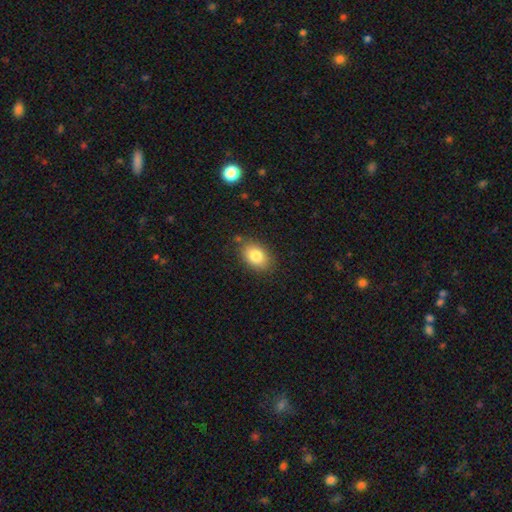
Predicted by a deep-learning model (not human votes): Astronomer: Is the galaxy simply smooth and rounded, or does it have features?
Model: smooth — 83%.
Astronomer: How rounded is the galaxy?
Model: in between — 85%.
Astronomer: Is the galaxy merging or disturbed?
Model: none — 83%.